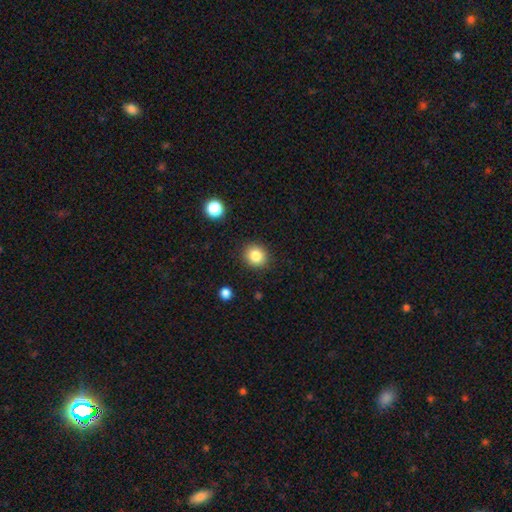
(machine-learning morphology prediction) A smooth galaxy with no disk features (84%) that is round (86%). Merging: none (90%).